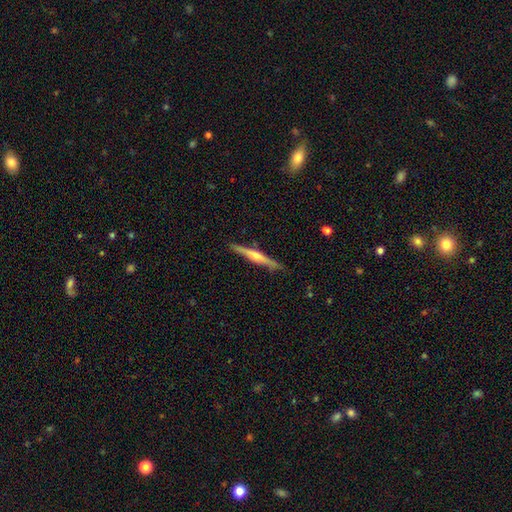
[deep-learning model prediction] This appears to be a featured or disk galaxy (72%) viewed edge-on (98%) with a rounded central bulge (86%). Merging: none (90%).